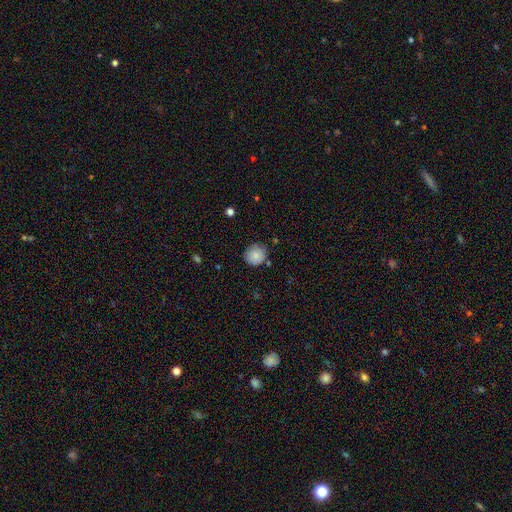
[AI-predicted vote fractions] Smooth or featured?
  - smooth: 84% *
  - star or artifact: 8%
  - featured or disk: 8%
How rounded?
  - round: 87% *
  - in between: 12%
  - cigar-shaped: 1%
Merging?
  - none: 80% *
  - minor disturbance: 15%
  - major disturbance: 3%
  - merger: 2%